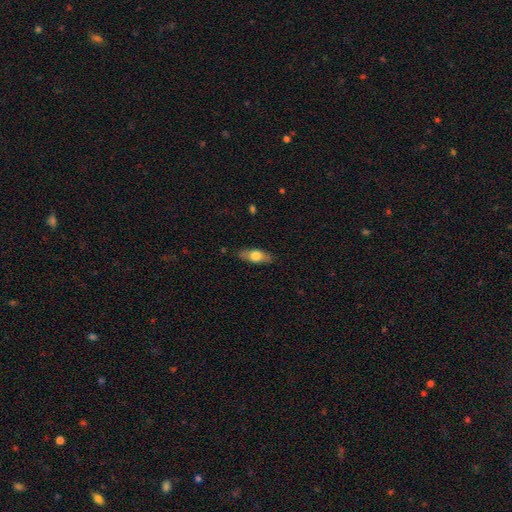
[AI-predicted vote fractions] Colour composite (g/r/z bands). It shows a smooth galaxy with no disk features (64%) that is in between round and cigar-shaped (73%). Merging: none (84%).